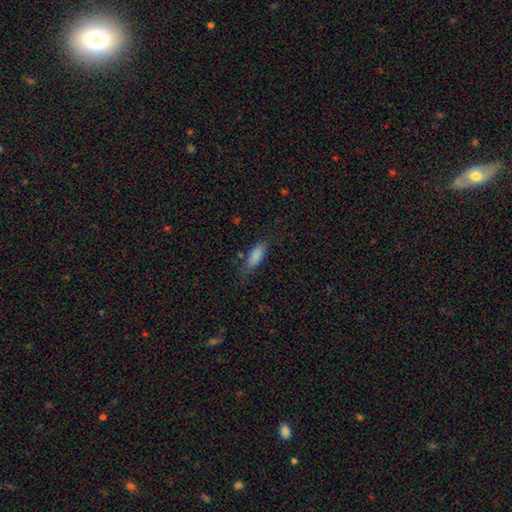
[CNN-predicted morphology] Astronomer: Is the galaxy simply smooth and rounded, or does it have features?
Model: smooth — 85%.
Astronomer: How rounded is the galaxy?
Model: in between — 70%.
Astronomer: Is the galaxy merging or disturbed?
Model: none — 70%.